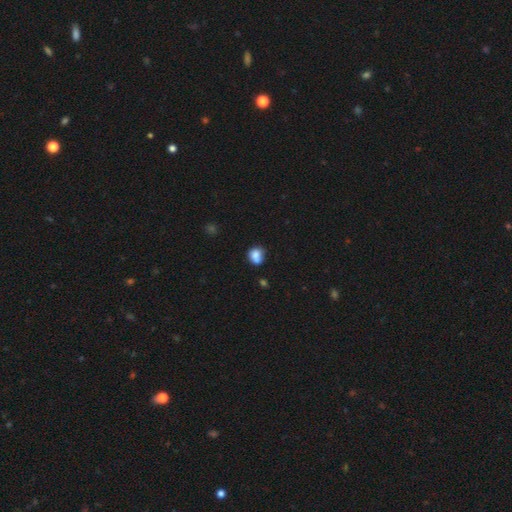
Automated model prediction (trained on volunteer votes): Smooth or featured?
  - smooth: 80% *
  - star or artifact: 10%
  - featured or disk: 10%
How rounded?
  - round: 63% *
  - in between: 36%
  - cigar-shaped: 1%
Merging?
  - none: 46% *
  - minor disturbance: 24%
  - merger: 23%
  - major disturbance: 7%